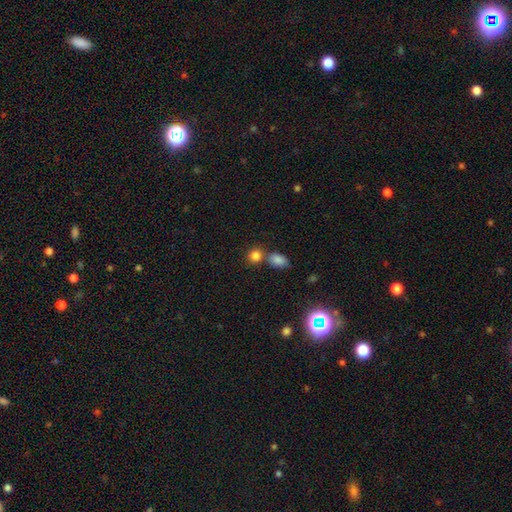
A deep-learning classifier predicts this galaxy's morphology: Smooth or featured? Predicted: smooth (p=0.83). How rounded? Predicted: round (p=0.74). Merging? Predicted: none (p=0.57).